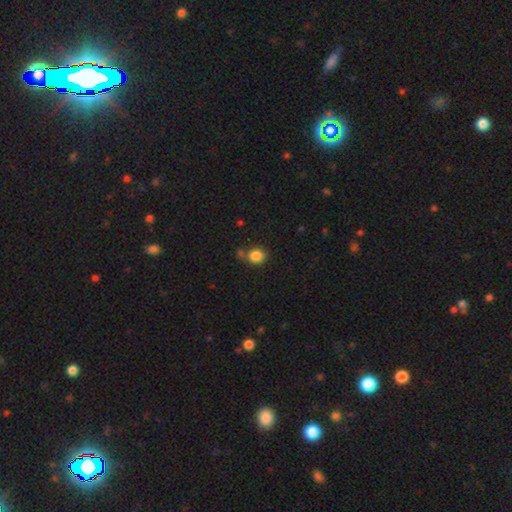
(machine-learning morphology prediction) This is clearly a smooth galaxy (85%). How rounded: likely round (73%). Merging: likely none (69%).